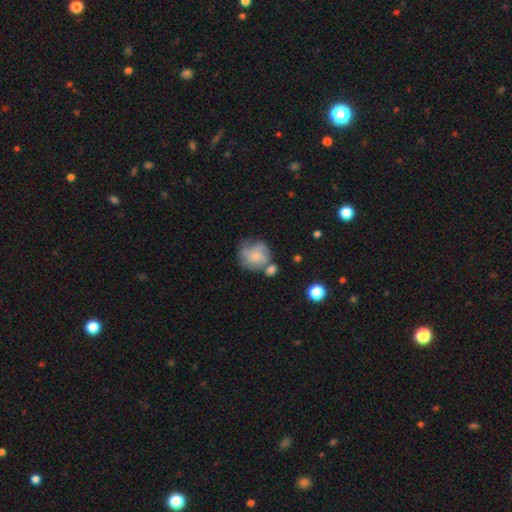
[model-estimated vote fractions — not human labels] smooth 53%, featured or disk 39%, star or artifact 8%. Down the decision tree: how rounded — round (75%); merging — none (41%).